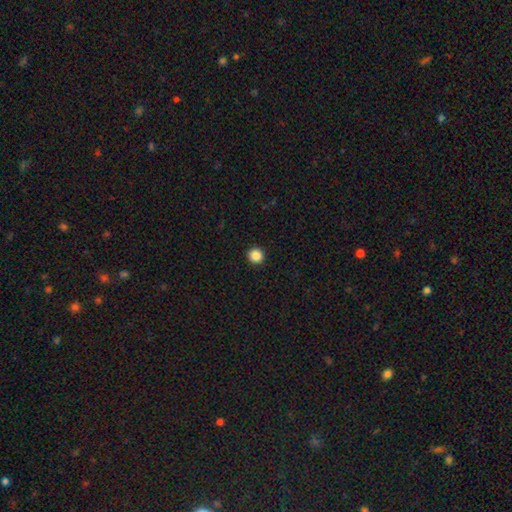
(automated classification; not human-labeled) Morphology: type=smooth (87%); roundness=round (95%); merging=none (94%).